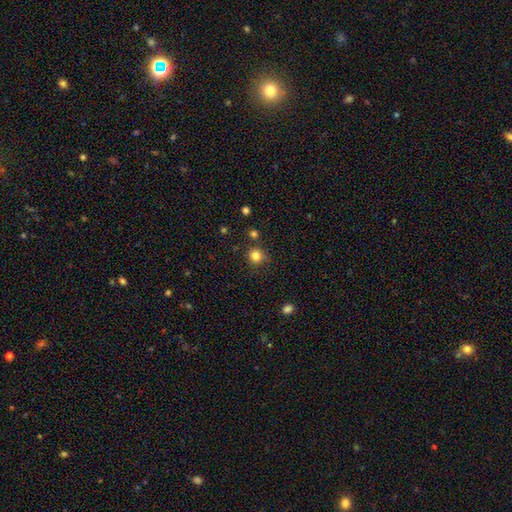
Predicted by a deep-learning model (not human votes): A smooth galaxy with no disk features (81%) that is round (92%).

Vote fractions:
- Smooth or featured? smooth: 81% / star or artifact: 13% / featured or disk: 5%
- How rounded? round: 92% / in between: 7% / cigar-shaped: 1%
- Merging? none: 81% / minor disturbance: 11% / merger: 5% / major disturbance: 3%